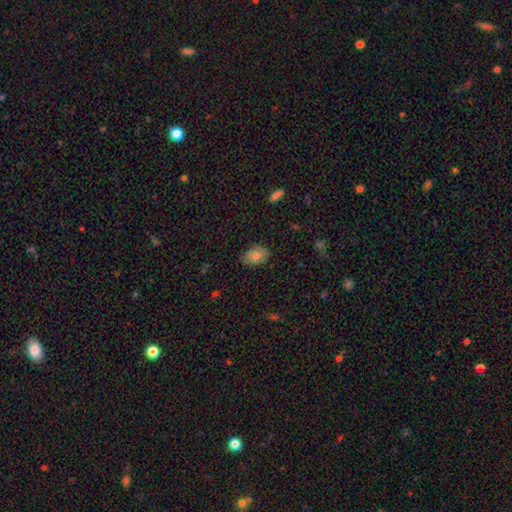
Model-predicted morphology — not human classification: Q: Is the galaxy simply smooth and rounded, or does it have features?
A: smooth — 77%.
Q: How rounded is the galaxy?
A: in between — 74%.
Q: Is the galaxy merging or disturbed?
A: none — 79%.